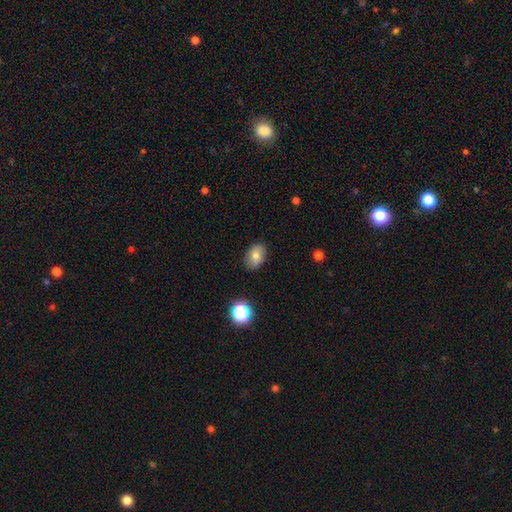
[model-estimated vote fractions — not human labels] This appears to be a smooth galaxy with no disk features (77%) that is in between round and cigar-shaped (82%). Merging: none (84%).